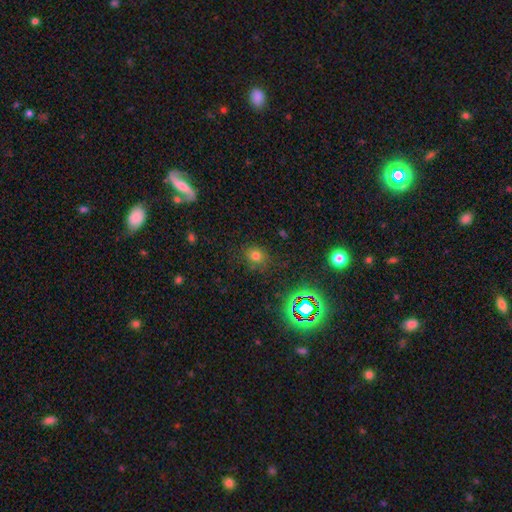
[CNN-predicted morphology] Smooth or featured? smooth (69%)
How rounded? round (70%)
Merging? none (79%)